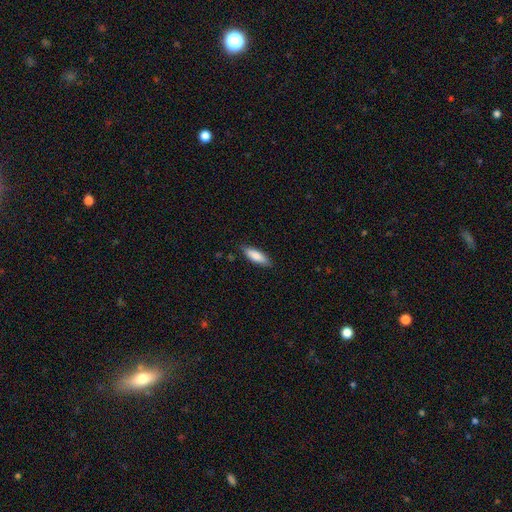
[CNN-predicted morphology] The model was most divided on "how rounded": in between: 60%, cigar-shaped: 39%, round: 2%. More confident: smooth or featured — smooth (84%); merging — none (83%).